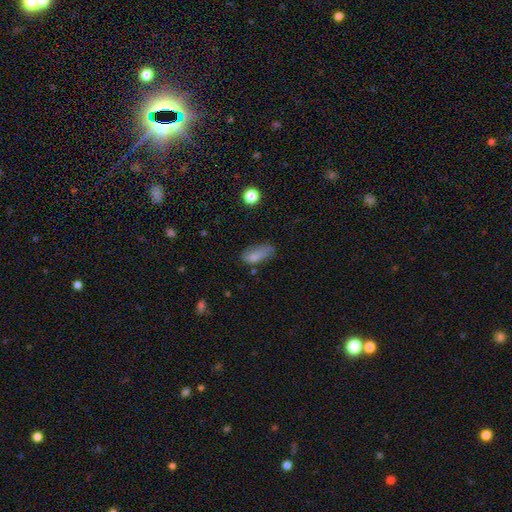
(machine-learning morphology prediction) A smooth galaxy with no disk features (78%) that is in between round and cigar-shaped (83%).

Vote fractions:
- Smooth or featured? smooth: 78% / featured or disk: 12% / star or artifact: 10%
- How rounded? in between: 83% / cigar-shaped: 13% / round: 4%
- Merging? none: 42% / minor disturbance: 36% / major disturbance: 18% / merger: 4%